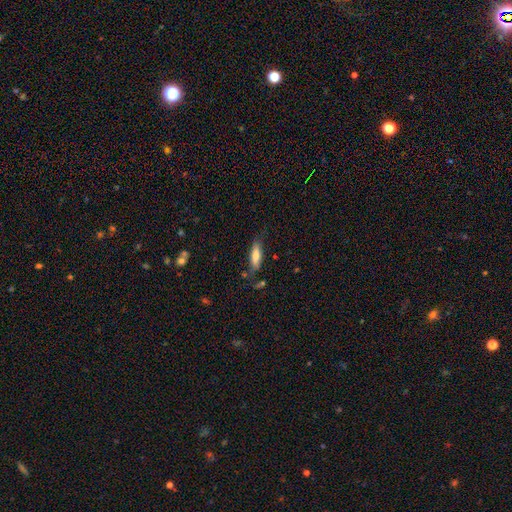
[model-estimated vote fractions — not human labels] smooth_or_featured: smooth (p=0.73) [alt: featured or disk p=0.20]
how_rounded: cigar-shaped (p=0.52) [alt: in between p=0.46]
merging: none (p=0.67) [alt: minor disturbance p=0.22]